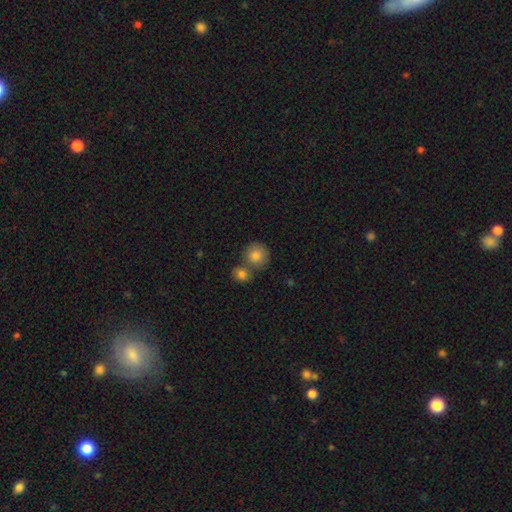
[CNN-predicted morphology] Smooth or featured? smooth (83%)
How rounded? round (88%)
Merging? none (53%)